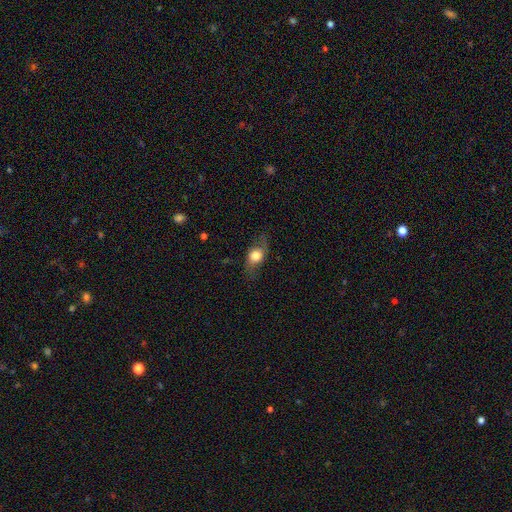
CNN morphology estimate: smooth-or-featured: smooth: 60% | featured or disk: 31% | star or artifact: 9%
  how-rounded: in between: 61% | round: 33% | cigar-shaped: 6%
  merging: none: 70% | minor disturbance: 20% | major disturbance: 9% | merger: 1%